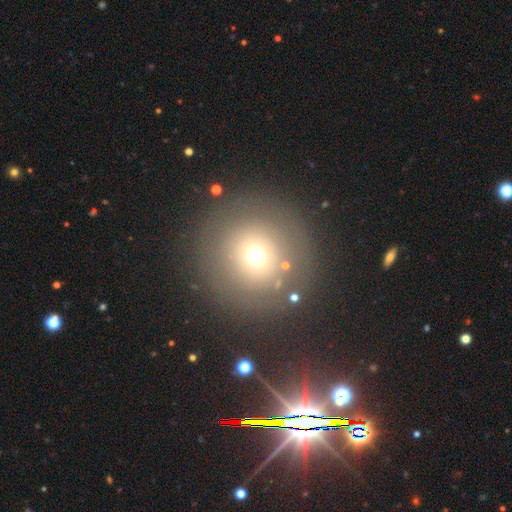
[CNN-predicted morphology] Smooth or featured: smooth — 65% (star or artifact — 20%)
How rounded: round — 94% (in between — 5%)
Merging: none — 81% (minor disturbance — 9%)